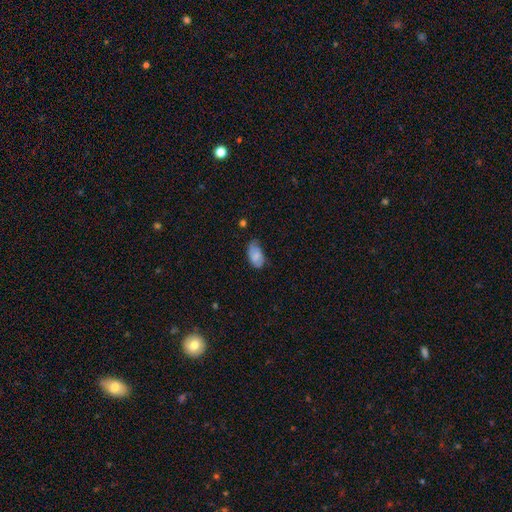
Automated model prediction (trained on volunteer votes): Morphology: type=smooth (78%); roundness=in between (93%); merging=none (54%).